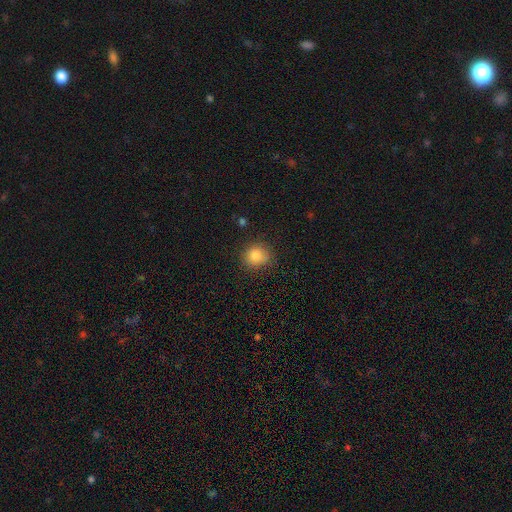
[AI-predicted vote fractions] Smooth or featured?
  - smooth: 85% *
  - star or artifact: 10%
  - featured or disk: 6%
How rounded?
  - round: 81% *
  - in between: 18%
  - cigar-shaped: 1%
Merging?
  - none: 80% *
  - minor disturbance: 15%
  - major disturbance: 4%
  - merger: 2%